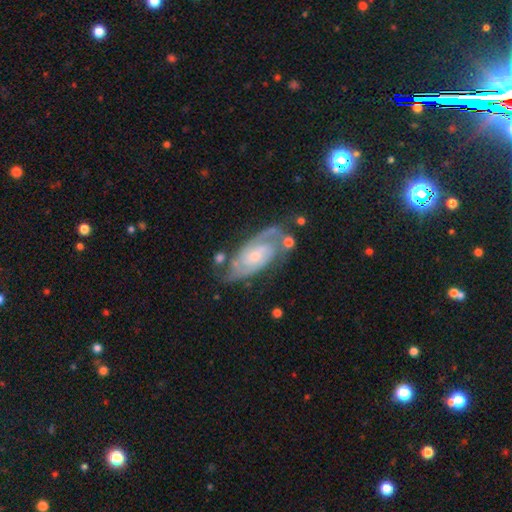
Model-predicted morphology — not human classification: The model was most divided on "bar": no: 54%, weak: 37%, strong: 9%. More confident: spiral arms — yes (97%); edge-on disk — no (95%); smooth or featured — featured or disk (87%); spiral arm count — 2 (78%); merging — none (68%); bulge size — small (58%); spiral winding — tight (55%).